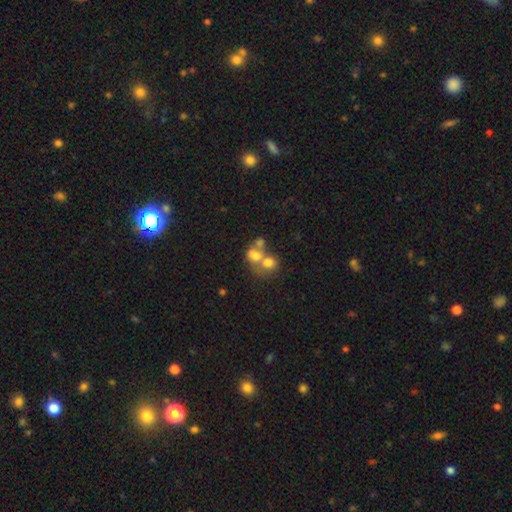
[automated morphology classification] Q: Smooth or featured?
A: smooth (66%); runner-up: featured or disk (22%)
Q: How rounded?
A: round (56%); runner-up: in between (43%)
Q: Merging?
A: merger (66%); runner-up: none (21%)